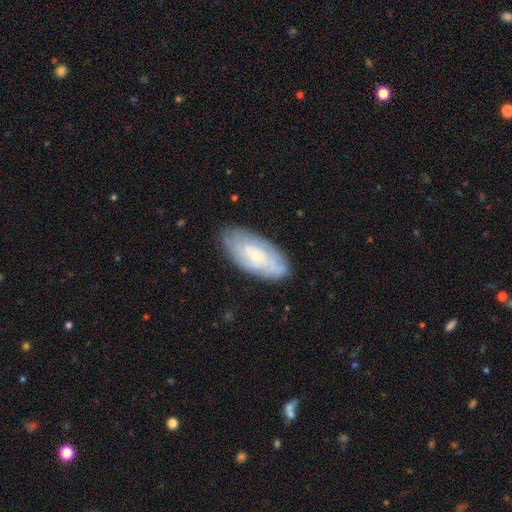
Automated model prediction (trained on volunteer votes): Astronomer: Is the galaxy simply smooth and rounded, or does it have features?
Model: featured or disk — 56% (runner-up: smooth, 37%).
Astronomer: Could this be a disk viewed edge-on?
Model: no — 90%.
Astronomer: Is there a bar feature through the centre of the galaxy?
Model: no — 66%.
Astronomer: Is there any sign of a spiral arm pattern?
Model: yes — 77%.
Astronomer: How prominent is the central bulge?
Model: small — 68%.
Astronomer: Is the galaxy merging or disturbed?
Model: none — 79%.